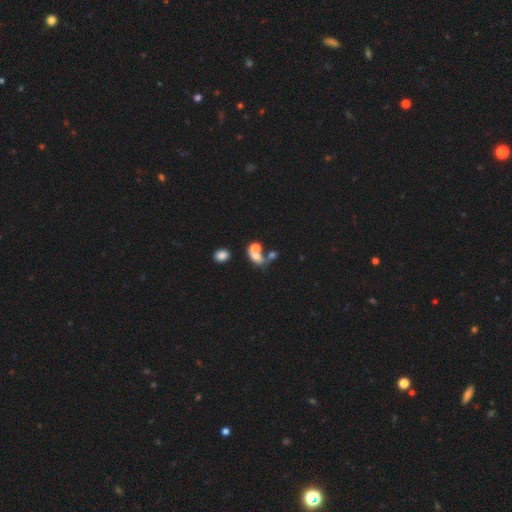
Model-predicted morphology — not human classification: Q: Smooth or featured?
A: smooth (60%); runner-up: featured or disk (25%)
Q: How rounded?
A: in between (61%); runner-up: round (36%)
Q: Merging?
A: merger (60%); runner-up: none (21%)